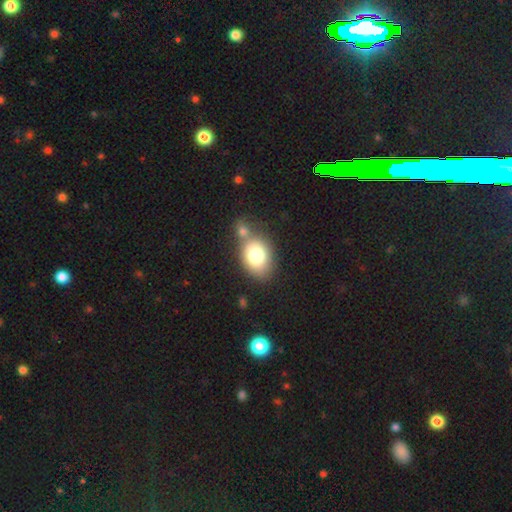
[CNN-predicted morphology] A smooth galaxy with no disk features (79%) that is in between round and cigar-shaped (68%).

Vote fractions:
- Smooth or featured? smooth: 79% / featured or disk: 13% / star or artifact: 8%
- How rounded? in between: 68% / round: 31% / cigar-shaped: 1%
- Merging? none: 51% / merger: 30% / minor disturbance: 14% / major disturbance: 5%